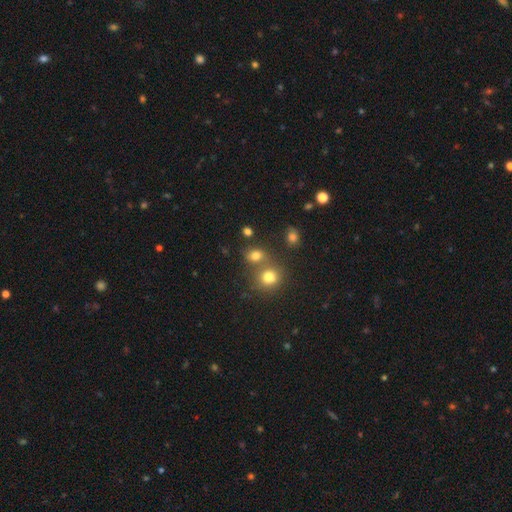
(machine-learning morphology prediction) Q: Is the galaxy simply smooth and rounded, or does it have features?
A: smooth — 76%.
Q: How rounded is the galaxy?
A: round — 56%.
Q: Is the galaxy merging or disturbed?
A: none — 54%.